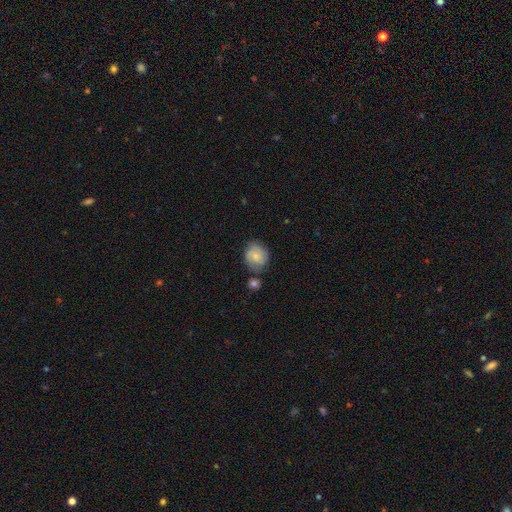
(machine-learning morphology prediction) This appears to be a smooth galaxy with no disk features (60%) that is round (75%). Merging: none (64%).